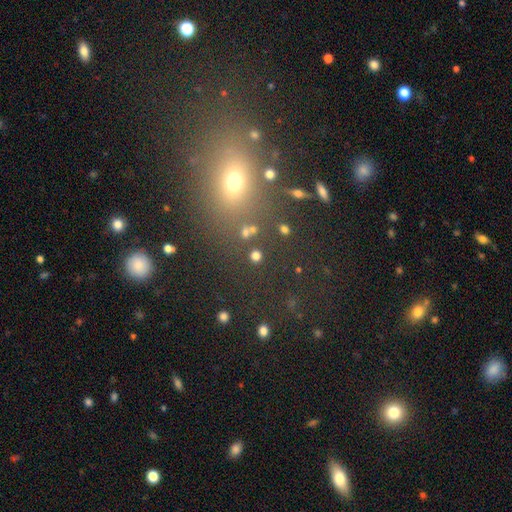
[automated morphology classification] A smooth galaxy with no disk features (74%) that is round (89%).

Vote fractions:
- Smooth or featured? smooth: 74% / star or artifact: 20% / featured or disk: 6%
- How rounded? round: 89% / in between: 10% / cigar-shaped: 1%
- Merging? none: 84% / minor disturbance: 7% / merger: 6% / major disturbance: 3%